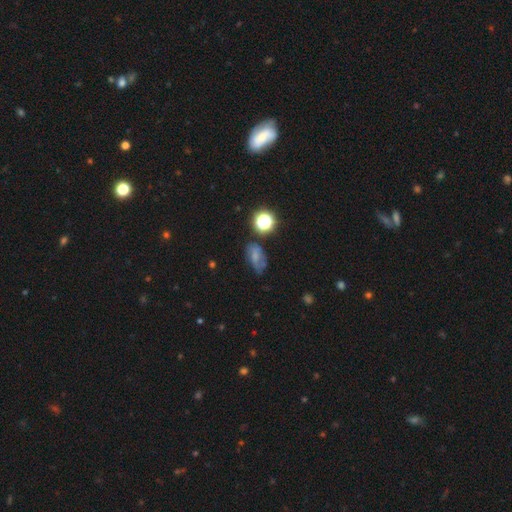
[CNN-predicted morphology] Smooth or featured: smooth — 53% (featured or disk — 25%)
How rounded: in between — 80% (round — 16%)
Merging: none — 52% (minor disturbance — 29%)